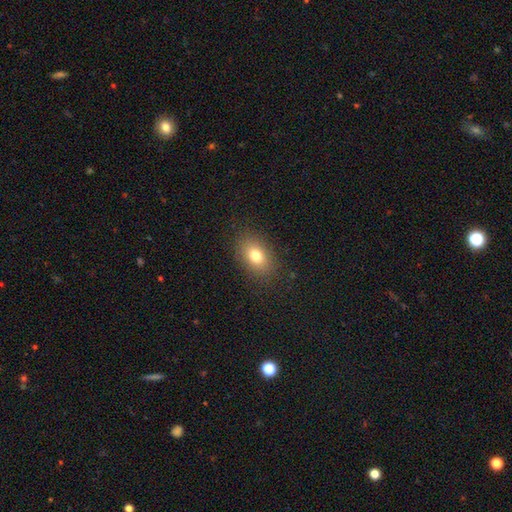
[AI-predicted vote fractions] smooth 78%, featured or disk 11%, star or artifact 11%. Down the decision tree: how rounded — in between (79%); merging — none (86%).